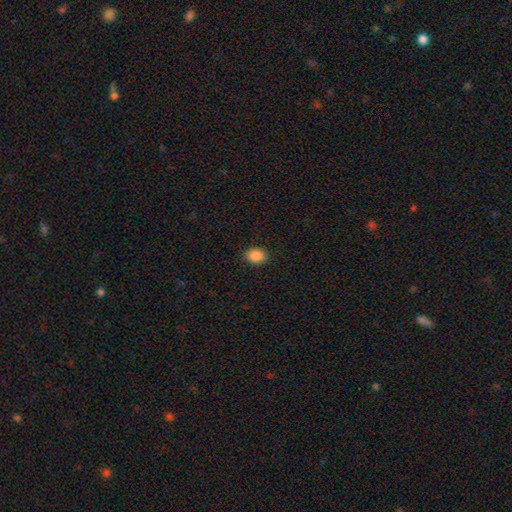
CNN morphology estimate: Smooth or featured?
  - smooth: 88% *
  - star or artifact: 9%
  - featured or disk: 3%
How rounded?
  - in between: 57% *
  - round: 42%
  - cigar-shaped: 1%
Merging?
  - none: 89% *
  - minor disturbance: 8%
  - major disturbance: 2%
  - merger: 1%